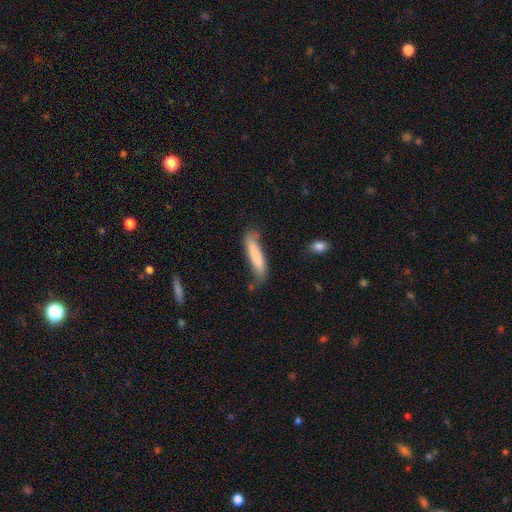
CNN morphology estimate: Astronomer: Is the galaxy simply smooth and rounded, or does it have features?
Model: smooth — 78%.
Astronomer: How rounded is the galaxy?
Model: cigar-shaped — 83%.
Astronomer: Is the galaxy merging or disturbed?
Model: none — 61%.